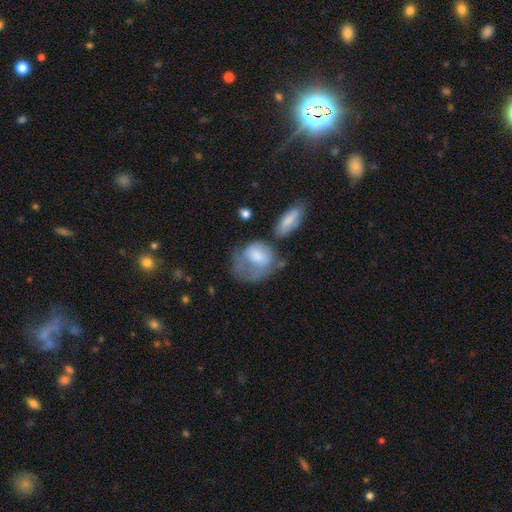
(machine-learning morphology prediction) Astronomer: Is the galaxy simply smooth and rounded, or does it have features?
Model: smooth — 59%.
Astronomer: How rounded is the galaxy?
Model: in between — 54% (runner-up: round, 45%).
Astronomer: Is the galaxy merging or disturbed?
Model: major disturbance — 36% (runner-up: none, 28%).